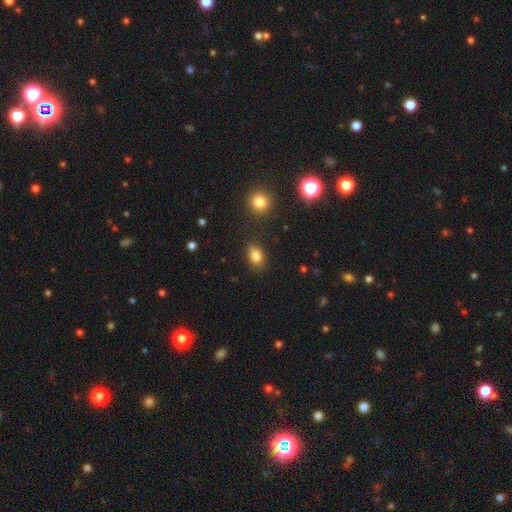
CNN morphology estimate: Q: Smooth or featured?
A: smooth (83%); runner-up: star or artifact (10%)
Q: How rounded?
A: in between (79%); runner-up: round (19%)
Q: Merging?
A: none (83%); runner-up: minor disturbance (11%)